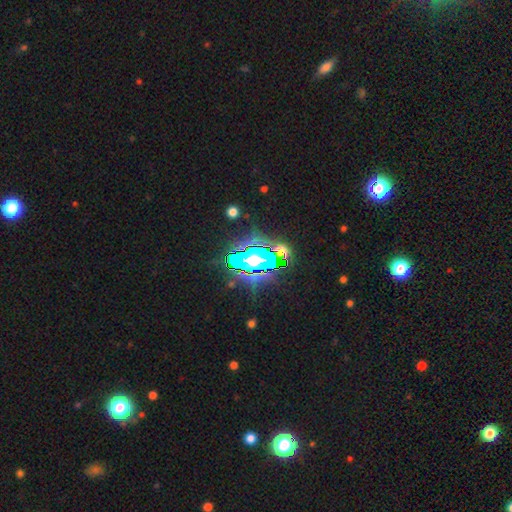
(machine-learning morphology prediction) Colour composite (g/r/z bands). It shows a star or artifact, not a galaxy (62%).